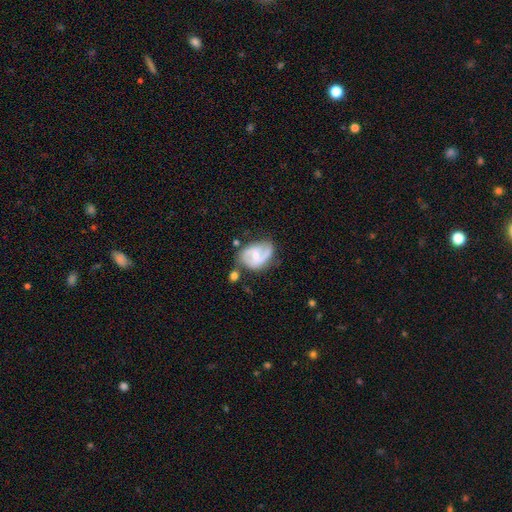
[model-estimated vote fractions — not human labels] The model was most divided on "bulge size" (2-way tie): small: 48%, moderate: 48%, none: 2%, large: 2%, dominant: 1%; "bar" (2-way tie): weak: 43%, no: 43%, strong: 14%. Remaining: edge-on disk — no (97%); spiral arms — yes (86%); smooth or featured — featured or disk (73%); spiral arm count — 2 (72%); merging — none (53%); spiral winding — medium (46%).